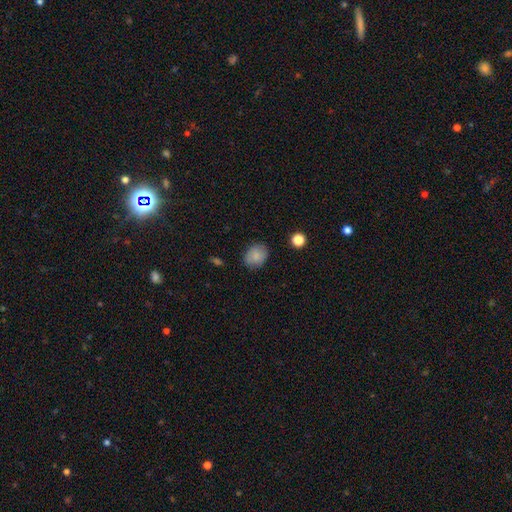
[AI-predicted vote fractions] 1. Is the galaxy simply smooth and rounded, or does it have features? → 85% smooth, 9% star or artifact, 7% featured or disk.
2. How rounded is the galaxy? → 50% round, 49% in between, 1% cigar-shaped.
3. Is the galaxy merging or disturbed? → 81% none, 14% minor disturbance, 3% major disturbance, 1% merger.